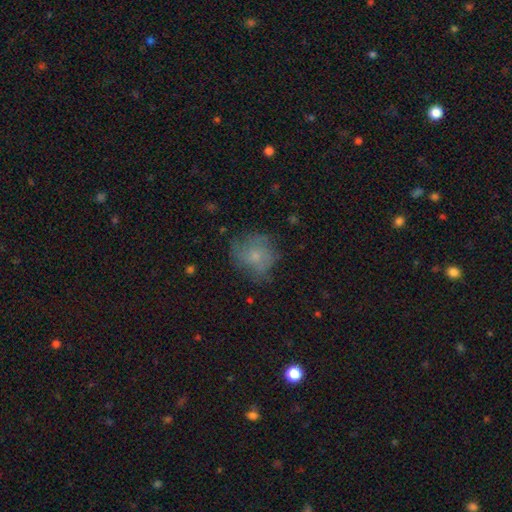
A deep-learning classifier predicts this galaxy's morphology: Smooth or featured?
  - smooth: 65% *
  - featured or disk: 24%
  - star or artifact: 11%
How rounded?
  - round: 79% *
  - in between: 20%
  - cigar-shaped: 1%
Merging?
  - none: 61% *
  - minor disturbance: 25%
  - major disturbance: 12%
  - merger: 2%